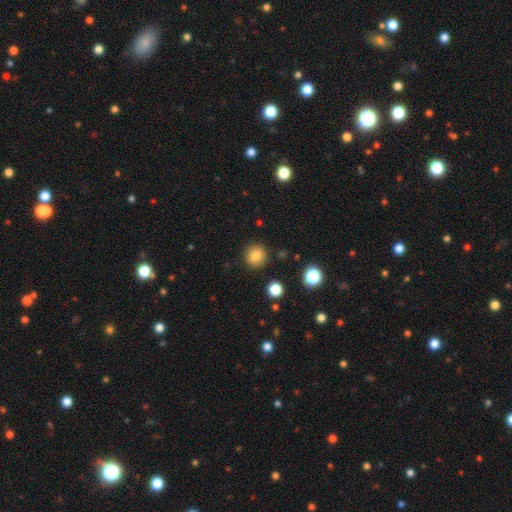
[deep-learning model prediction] A smooth galaxy with no disk features (83%) that is round (91%).

Vote fractions:
- Smooth or featured? smooth: 83% / star or artifact: 12% / featured or disk: 6%
- How rounded? round: 91% / in between: 8% / cigar-shaped: 1%
- Merging? none: 90% / minor disturbance: 6% / major disturbance: 2% / merger: 2%